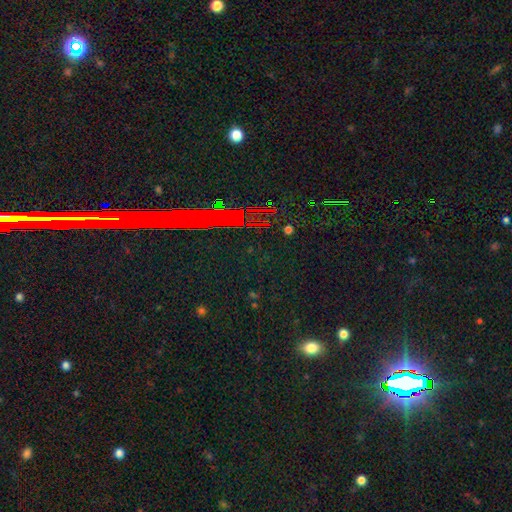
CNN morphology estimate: Q: Smooth or featured?
A: star or artifact (82%); runner-up: smooth (9%)